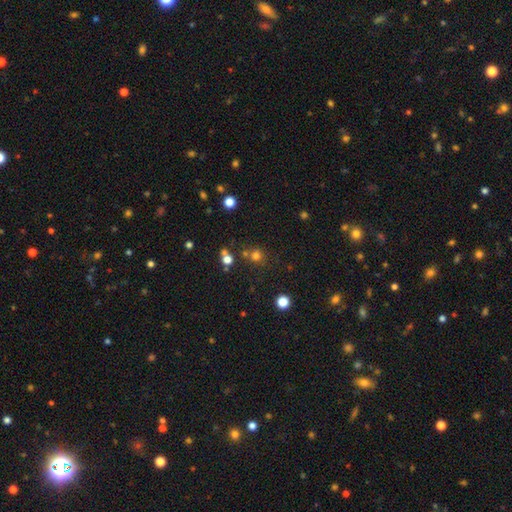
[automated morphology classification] Q: Smooth or featured?
A: smooth (70%); runner-up: star or artifact (22%)
Q: How rounded?
A: round (89%); runner-up: in between (10%)
Q: Merging?
A: none (67%); runner-up: merger (20%)